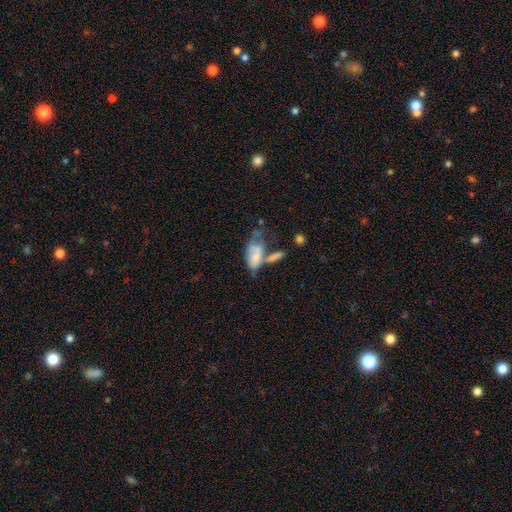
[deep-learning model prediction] A smooth galaxy with no disk features (60%) that is in between round and cigar-shaped (88%).

Vote fractions:
- Smooth or featured? smooth: 60% / featured or disk: 32% / star or artifact: 8%
- How rounded? in between: 88% / cigar-shaped: 8% / round: 4%
- Merging? merger: 42% / major disturbance: 24% / none: 17% / minor disturbance: 17%